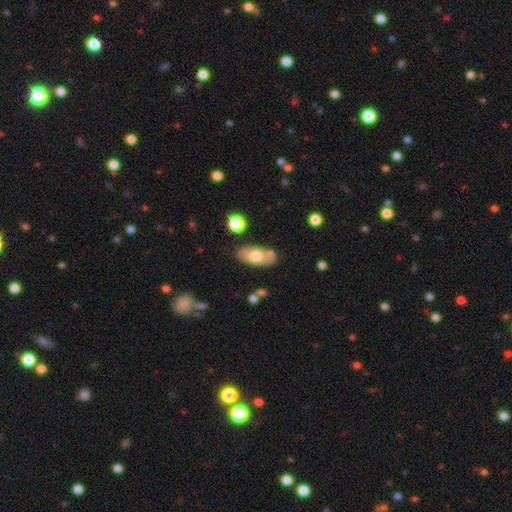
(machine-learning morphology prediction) This appears to be a smooth galaxy with no disk features (68%) that is in between round and cigar-shaped (91%). Merging: none (70%).